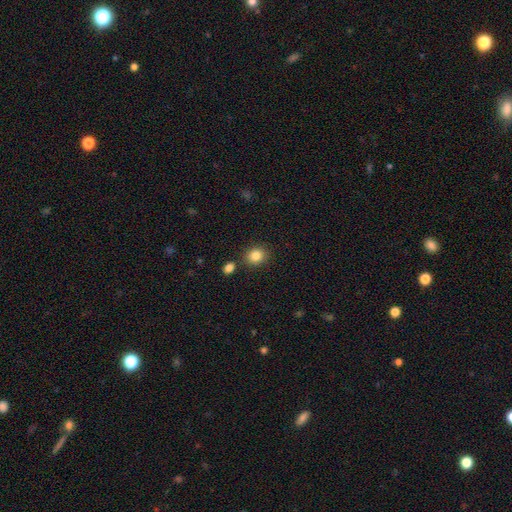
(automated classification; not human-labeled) smooth-or-featured: smooth: 85% | star or artifact: 10% | featured or disk: 6%
  how-rounded: round: 66% | in between: 33% | cigar-shaped: 1%
  merging: none: 82% | minor disturbance: 9% | merger: 6% | major disturbance: 3%